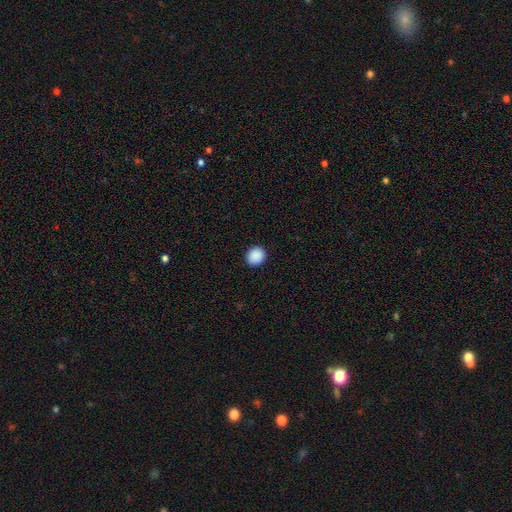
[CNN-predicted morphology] A smooth galaxy with no disk features (90%) that is round (81%).

Vote fractions:
- Smooth or featured? smooth: 90% / star or artifact: 8% / featured or disk: 2%
- How rounded? round: 81% / in between: 18% / cigar-shaped: 1%
- Merging? none: 91% / minor disturbance: 6% / major disturbance: 2% / merger: 1%